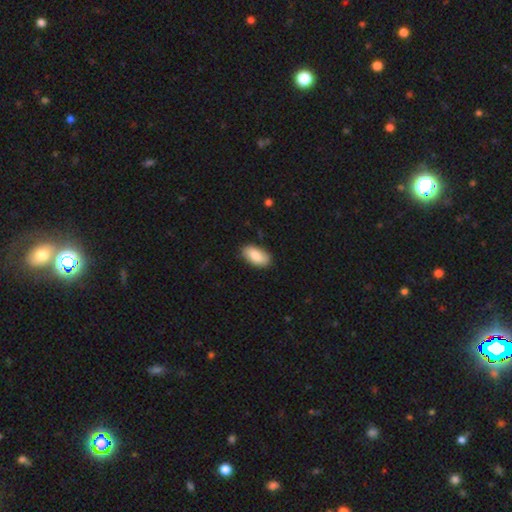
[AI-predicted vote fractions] Smooth or featured: smooth — 84% (featured or disk — 10%)
How rounded: in between — 94% (cigar-shaped — 3%)
Merging: none — 86% (minor disturbance — 11%)